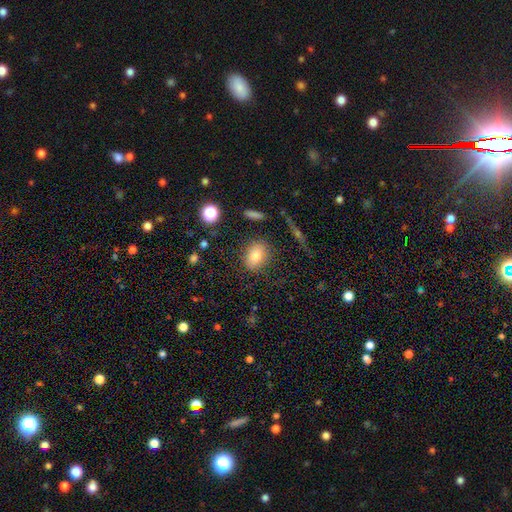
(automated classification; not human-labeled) A smooth galaxy with no disk features (78%) that is in between round and cigar-shaped (57%).

Vote fractions:
- Smooth or featured? smooth: 78% / featured or disk: 11% / star or artifact: 11%
- How rounded? in between: 57% / round: 41% / cigar-shaped: 2%
- Merging? none: 83% / minor disturbance: 11% / major disturbance: 4% / merger: 2%